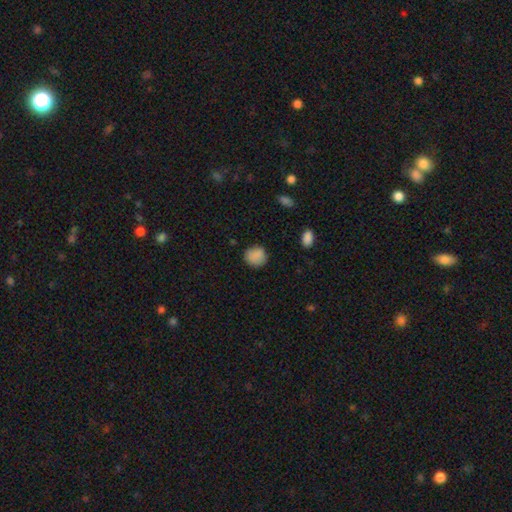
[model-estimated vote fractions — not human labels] smooth_or_featured: smooth (p=0.86) [alt: star or artifact p=0.09]
how_rounded: round (p=0.80) [alt: in between p=0.19]
merging: none (p=0.80) [alt: minor disturbance p=0.15]